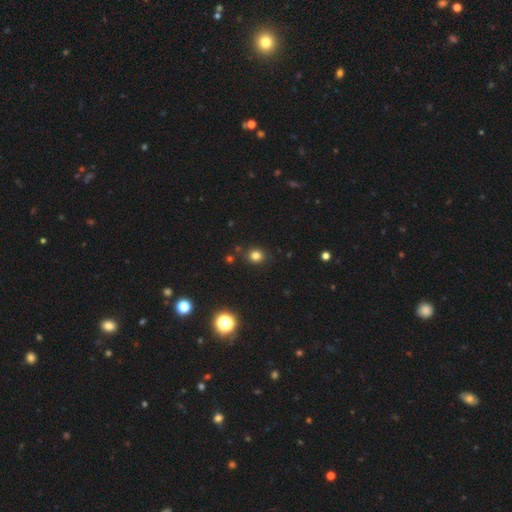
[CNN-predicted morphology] A smooth galaxy with no disk features (79%) that is round (79%).

Vote fractions:
- Smooth or featured? smooth: 79% / star or artifact: 16% / featured or disk: 5%
- How rounded? round: 79% / in between: 20% / cigar-shaped: 1%
- Merging? none: 86% / minor disturbance: 8% / merger: 3% / major disturbance: 3%